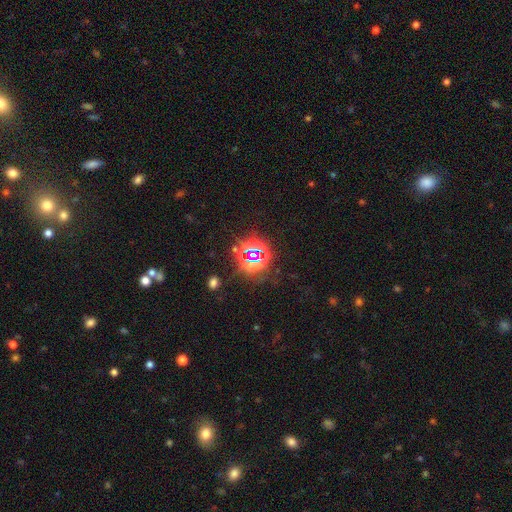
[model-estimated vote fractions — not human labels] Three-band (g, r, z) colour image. It shows a star or artifact, not a galaxy (78%).